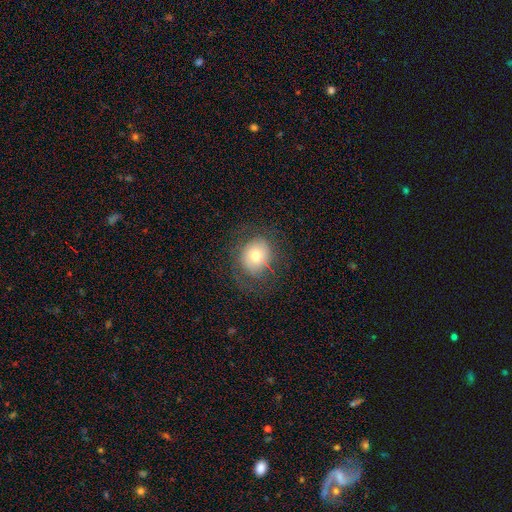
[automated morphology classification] Smooth or featured: smooth — 63% (featured or disk — 25%)
How rounded: round — 73% (in between — 27%)
Merging: none — 69% (minor disturbance — 17%)